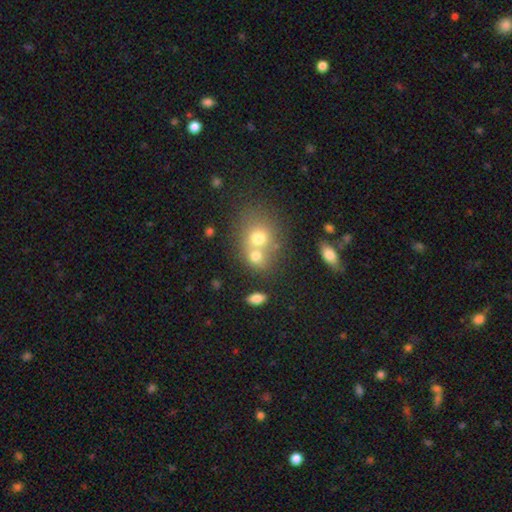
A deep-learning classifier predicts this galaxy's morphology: Smooth or featured? smooth (70%)
How rounded? round (63%)
Merging? merger (54%)